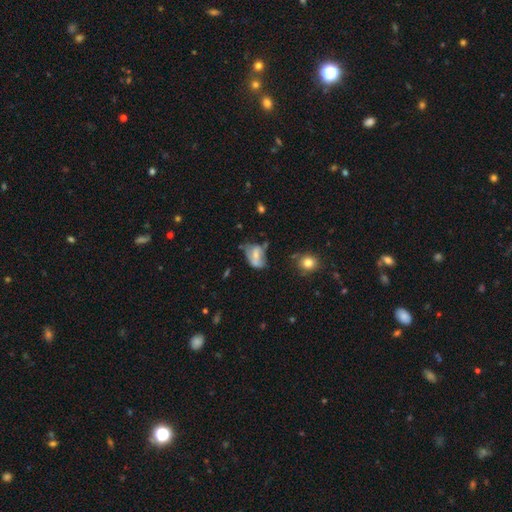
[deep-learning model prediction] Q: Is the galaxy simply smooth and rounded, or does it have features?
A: smooth — 48%.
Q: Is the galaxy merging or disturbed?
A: none — 35%.